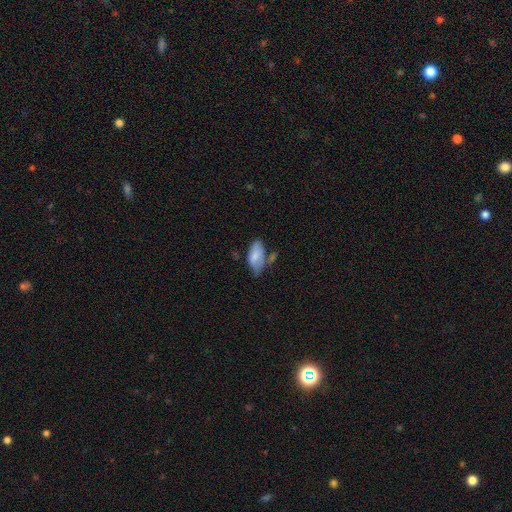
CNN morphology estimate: Smooth or featured?
  - smooth: 75% *
  - featured or disk: 18%
  - star or artifact: 7%
How rounded?
  - in between: 91% *
  - cigar-shaped: 6%
  - round: 3%
Merging?
  - none: 41% *
  - minor disturbance: 33%
  - merger: 14%
  - major disturbance: 11%